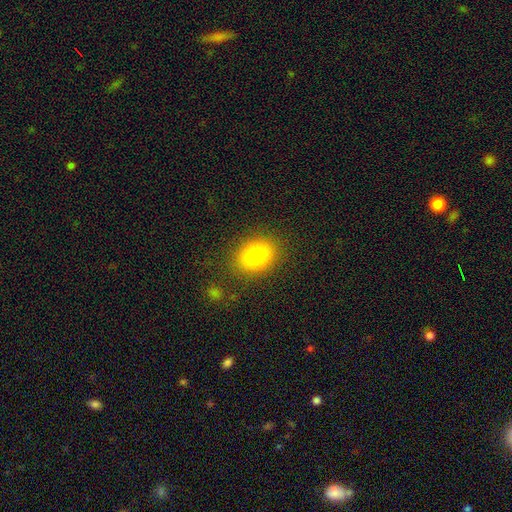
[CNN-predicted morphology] smooth_or_featured: smooth (p=0.82) [alt: star or artifact p=0.10]
how_rounded: in between (p=0.62) [alt: round p=0.37]
merging: none (p=0.84) [alt: minor disturbance p=0.10]